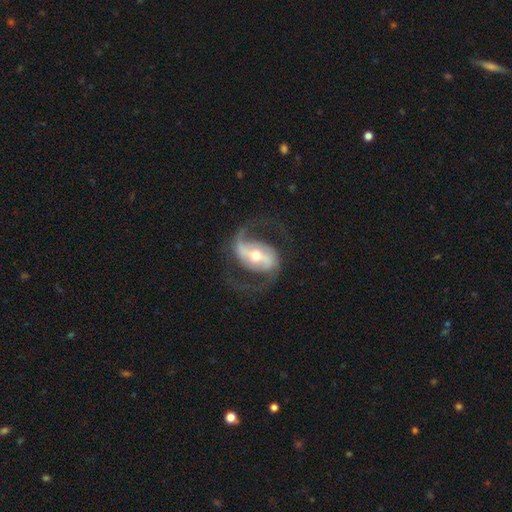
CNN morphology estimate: smooth-or-featured: featured or disk: 91% | smooth: 5% | star or artifact: 4%
  disk-edge-on: no: 97% | yes: 3%
    bar: strong: 47% | weak: 35% | no: 18%
    has-spiral-arms: yes: 97% | no: 3%
      spiral-winding: medium: 51% | loose: 38% | tight: 11%
      spiral-arm-count: 2: 93% | 1: 2% | can't tell: 2% | 3: 1% | 4: 1% | more than 4: 1%
    bulge-size: moderate: 61% | small: 32% | large: 5% | dominant: 1% | none: 1%
  merging: none: 76% | minor disturbance: 12% | major disturbance: 10% | merger: 1%